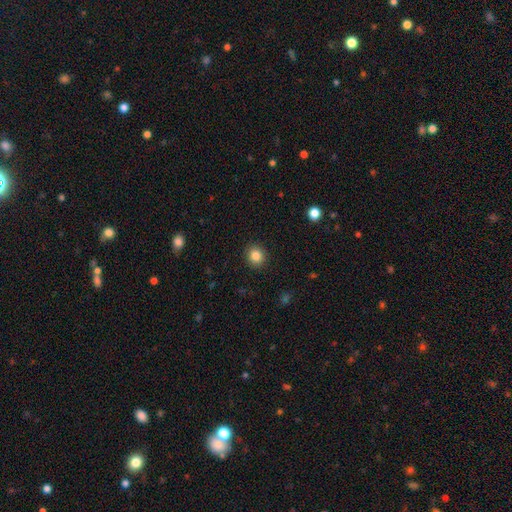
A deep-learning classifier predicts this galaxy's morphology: Smooth or featured?
  - smooth: 84% *
  - star or artifact: 11%
  - featured or disk: 5%
How rounded?
  - round: 84% *
  - in between: 15%
  - cigar-shaped: 1%
Merging?
  - none: 91% *
  - minor disturbance: 6%
  - major disturbance: 2%
  - merger: 1%